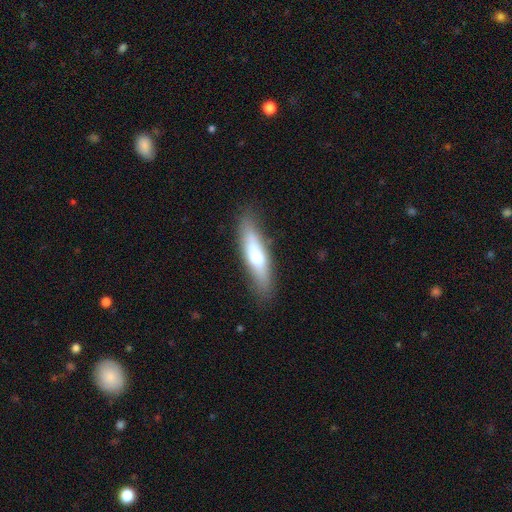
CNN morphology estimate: A smooth galaxy with no disk features (59%) that is cigar-shaped (72%). Merging: none (80%).